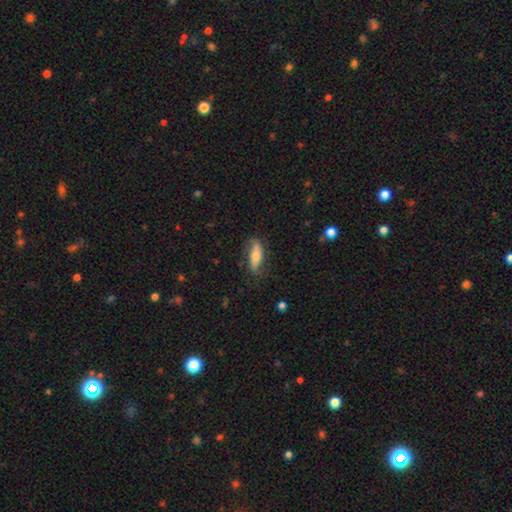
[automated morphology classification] Smooth or featured? smooth (58%)
How rounded? in between (61%)
Merging? none (71%)